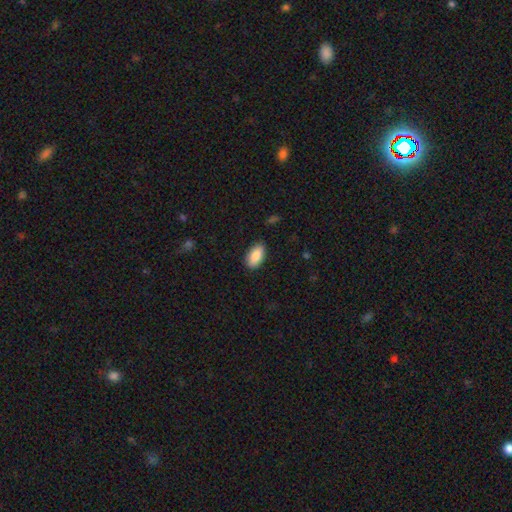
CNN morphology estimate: Smooth or featured? smooth (88%)
How rounded? in between (93%)
Merging? none (85%)